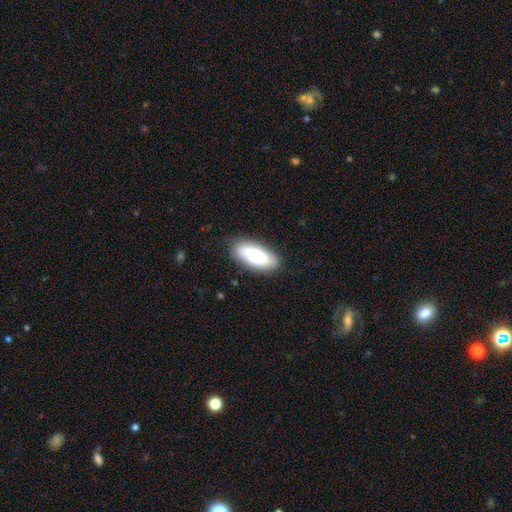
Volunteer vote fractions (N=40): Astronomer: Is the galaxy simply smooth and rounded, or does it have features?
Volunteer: smooth — 65%.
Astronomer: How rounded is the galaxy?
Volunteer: in between — 85%.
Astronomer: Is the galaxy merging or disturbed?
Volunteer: none — 92%.